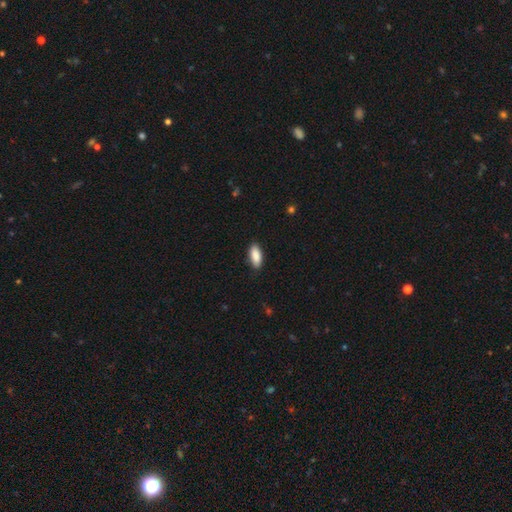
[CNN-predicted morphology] smooth 89%, star or artifact 6%, featured or disk 5%. Down the decision tree: how rounded — in between (81%); merging — none (85%).